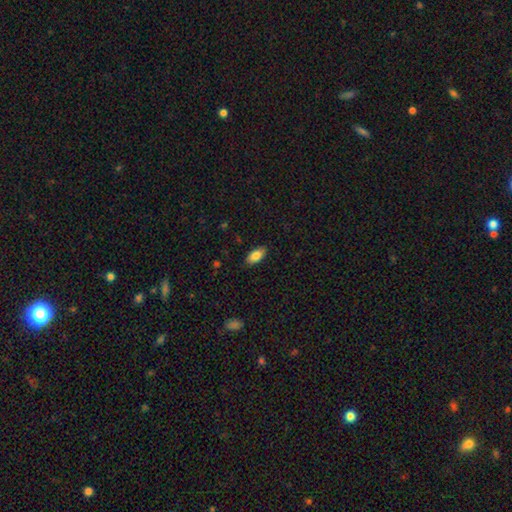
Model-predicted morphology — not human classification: The model was most divided on "merging": none: 86%, minor disturbance: 11%, major disturbance: 2%, merger: 1%. More confident: how rounded — in between (92%); smooth or featured — smooth (84%).